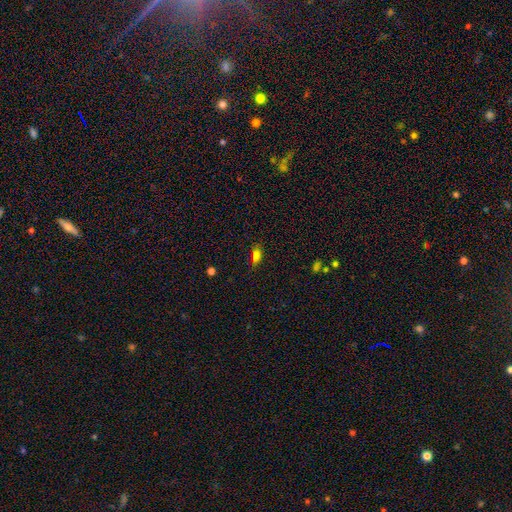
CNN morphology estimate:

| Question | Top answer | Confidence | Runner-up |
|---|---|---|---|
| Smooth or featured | smooth | 74% | star or artifact (18%) |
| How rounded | in between | 81% | cigar-shaped (12%) |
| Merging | none | 72% | minor disturbance (19%) |